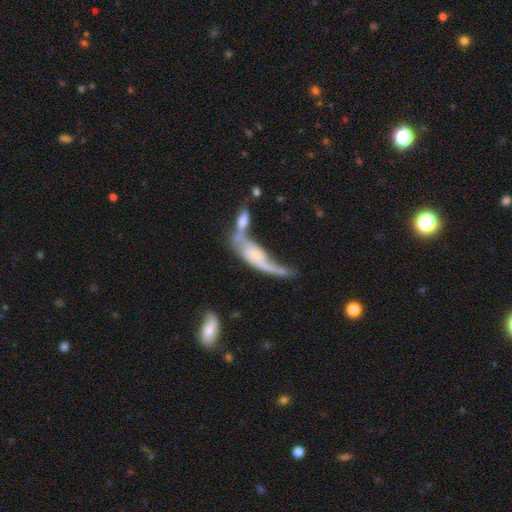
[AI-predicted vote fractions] Smooth or featured? Predicted: featured or disk (p=0.58). Edge-on disk? Predicted: no (p=0.70). Merging? Predicted: merger (p=0.52).